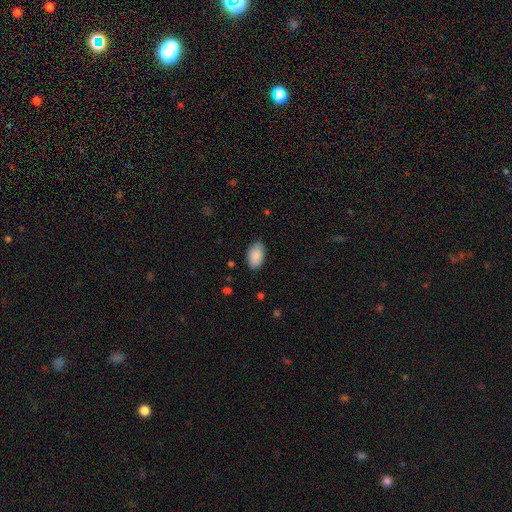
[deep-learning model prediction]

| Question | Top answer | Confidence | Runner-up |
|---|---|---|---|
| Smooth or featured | smooth | 90% | star or artifact (6%) |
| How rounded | in between | 94% | round (4%) |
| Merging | none | 86% | minor disturbance (11%) |